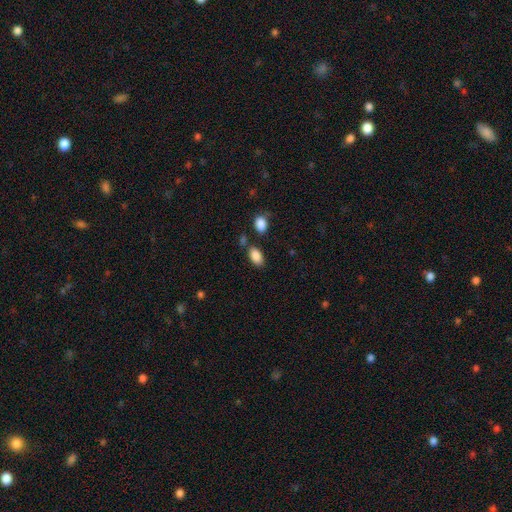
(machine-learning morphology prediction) This appears to be a smooth galaxy with no disk features (87%) that is in between round and cigar-shaped (91%). Merging: none (72%).